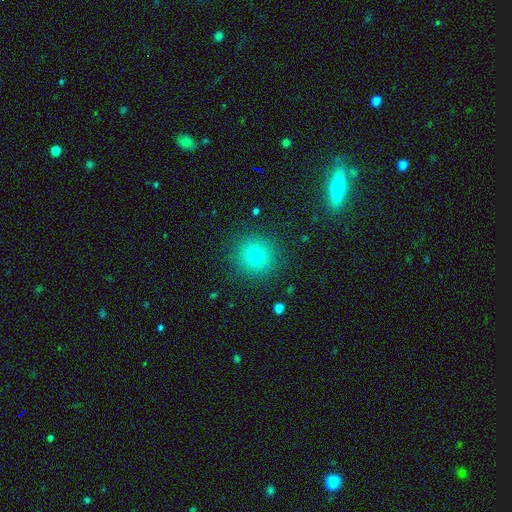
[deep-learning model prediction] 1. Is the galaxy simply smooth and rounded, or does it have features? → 75% smooth, 15% star or artifact, 9% featured or disk.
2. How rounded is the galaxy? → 94% round, 6% in between, 1% cigar-shaped.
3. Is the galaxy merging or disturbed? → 89% none, 6% minor disturbance, 3% major disturbance, 1% merger.